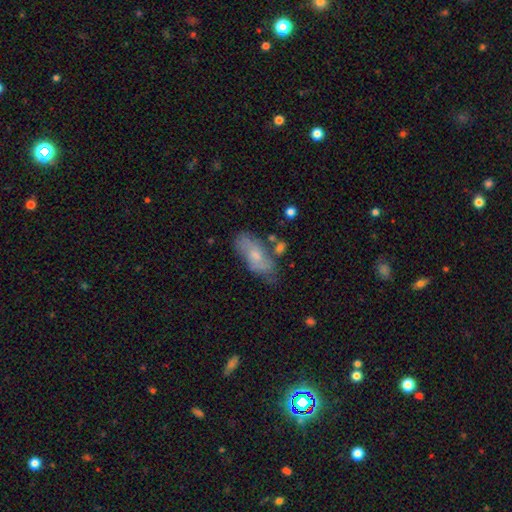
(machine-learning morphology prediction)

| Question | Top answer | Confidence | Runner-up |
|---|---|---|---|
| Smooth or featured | smooth | 55% | featured or disk (37%) |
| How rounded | in between | 81% | cigar-shaped (16%) |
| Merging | none | 54% | minor disturbance (26%) |